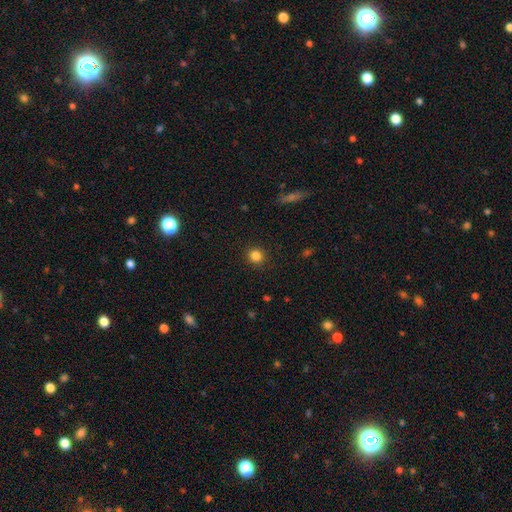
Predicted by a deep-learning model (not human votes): This appears to be a smooth galaxy with no disk features (84%) that is round (88%). Merging: none (91%).